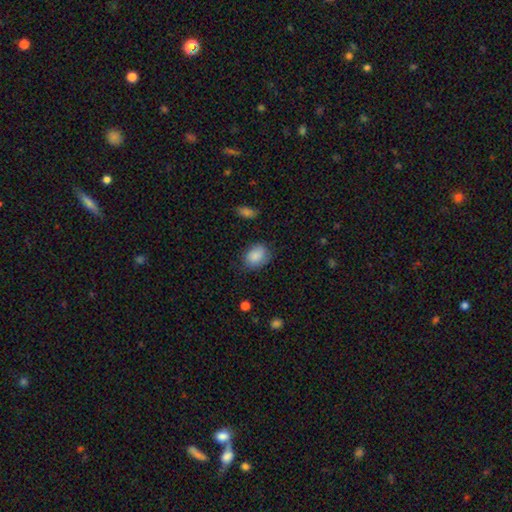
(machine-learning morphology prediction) The model was most divided on "how rounded": in between: 73%, round: 26%, cigar-shaped: 1%. More confident: smooth or featured — smooth (86%); merging — none (71%).